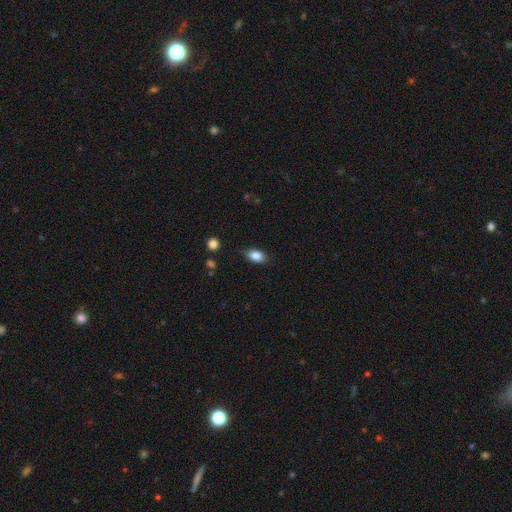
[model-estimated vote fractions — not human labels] This is clearly a smooth galaxy (86%). How rounded: clearly in between (87%). Merging: clearly none (82%).